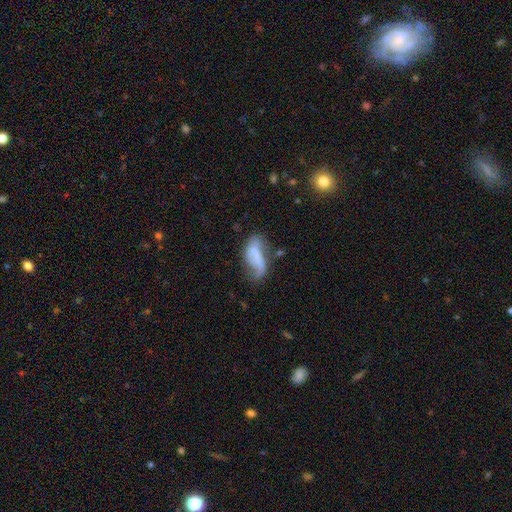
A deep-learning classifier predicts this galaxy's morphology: A featured or disk galaxy (51%). Merging: none (35%).